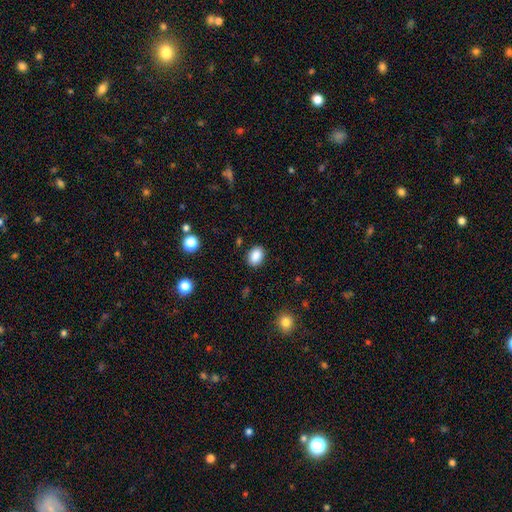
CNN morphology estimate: Smooth or featured? Predicted: smooth (p=0.88). How rounded? Predicted: in between (p=0.70). Merging? Predicted: none (p=0.87).